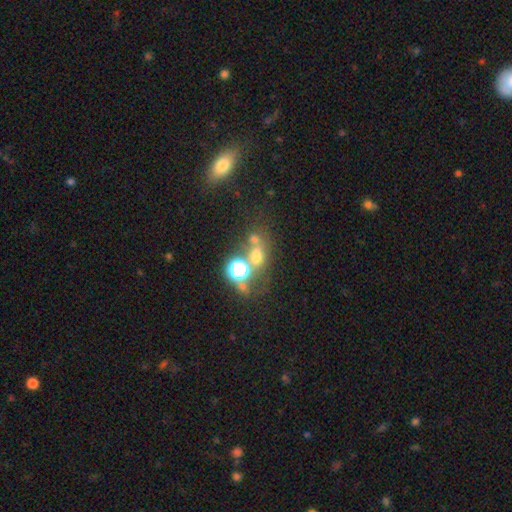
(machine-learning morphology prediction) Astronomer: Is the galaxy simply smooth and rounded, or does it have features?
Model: smooth — 49% (runner-up: star or artifact, 36%).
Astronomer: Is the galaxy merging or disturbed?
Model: none — 47% (runner-up: merger, 35%).